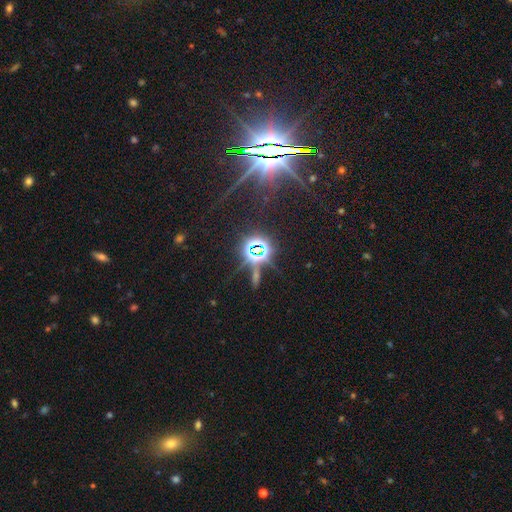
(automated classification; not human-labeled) Q: Smooth or featured?
A: star or artifact (82%); runner-up: featured or disk (9%)